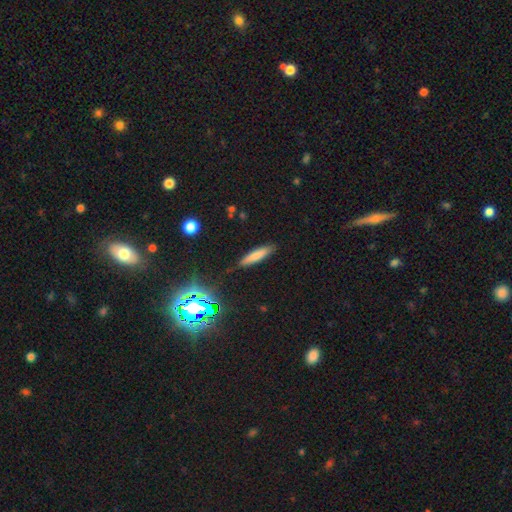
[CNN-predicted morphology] This appears to be a smooth galaxy with no disk features (74%) that is cigar-shaped (80%). Merging: none (86%).